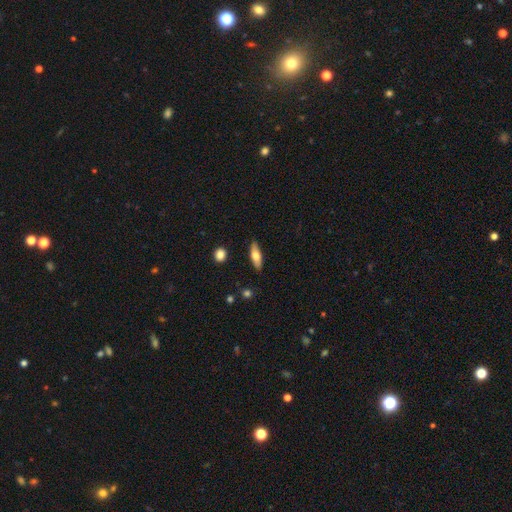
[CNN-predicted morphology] smooth_or_featured: smooth (p=0.66) [alt: featured or disk p=0.28]
how_rounded: in between (p=0.57) [alt: cigar-shaped p=0.40]
merging: none (p=0.86) [alt: minor disturbance p=0.11]